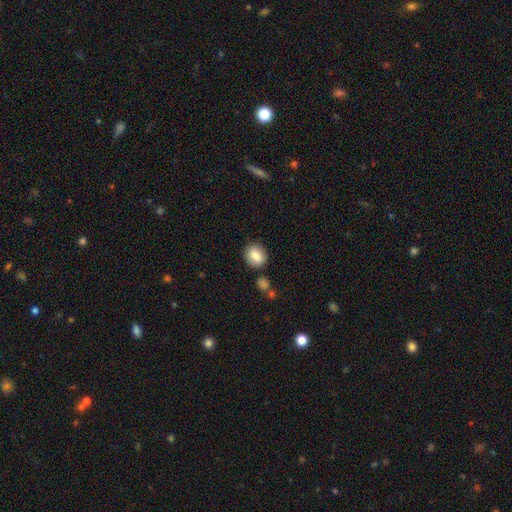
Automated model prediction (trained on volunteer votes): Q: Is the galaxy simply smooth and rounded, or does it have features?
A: smooth — 84%.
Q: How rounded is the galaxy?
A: round — 60%.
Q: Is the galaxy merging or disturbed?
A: none — 83%.